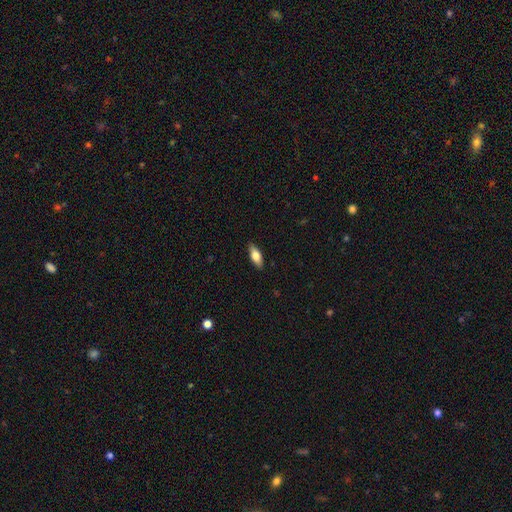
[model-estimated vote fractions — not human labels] A smooth galaxy with no disk features (70%) that is in between round and cigar-shaped (73%). Merging: none (88%).